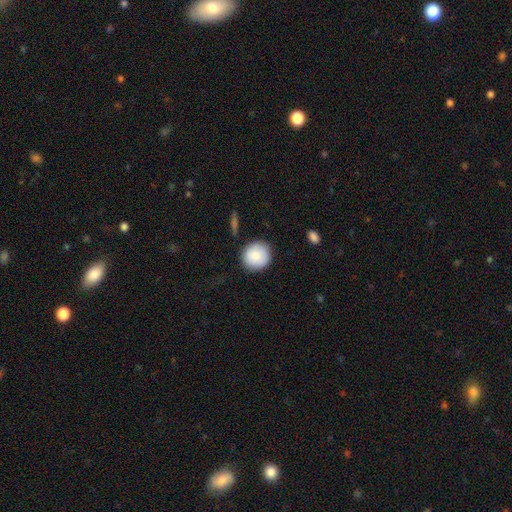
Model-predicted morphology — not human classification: A smooth galaxy with no disk features (86%) that is round (91%).

Vote fractions:
- Smooth or featured? smooth: 86% / featured or disk: 7% / star or artifact: 6%
- How rounded? round: 91% / in between: 8% / cigar-shaped: 1%
- Merging? none: 87% / minor disturbance: 9% / major disturbance: 2% / merger: 2%